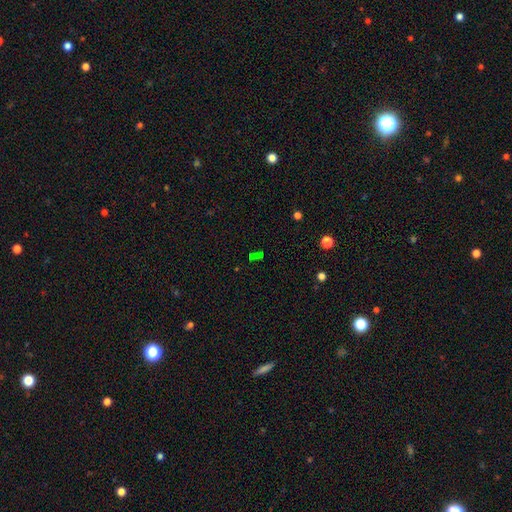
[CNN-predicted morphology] star or artifact 54%, smooth 35%, featured or disk 10%.